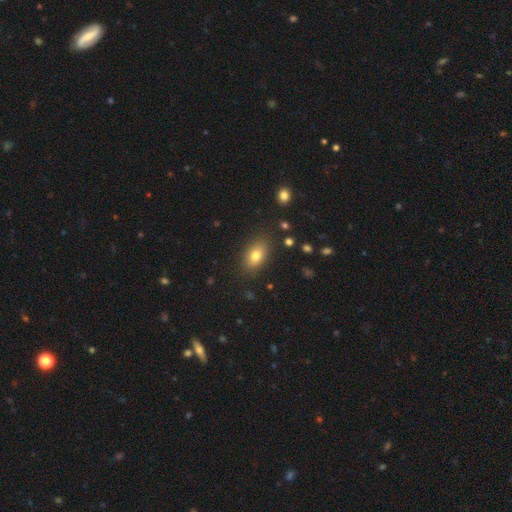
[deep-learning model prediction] Overall: smooth (78%). How rounded: in between (84%). Merging: none (84%).